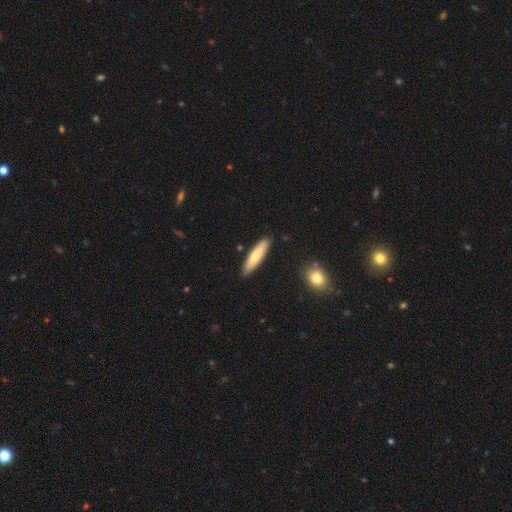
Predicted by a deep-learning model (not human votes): The model was most divided on "smooth or featured": smooth: 70%, featured or disk: 24%, star or artifact: 5%. More confident: merging — none (87%); how rounded — cigar-shaped (77%).